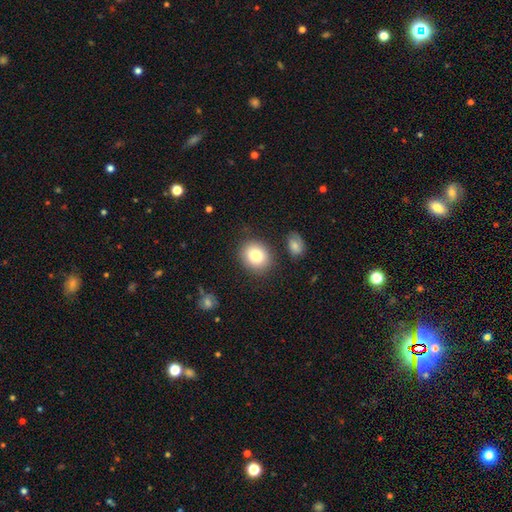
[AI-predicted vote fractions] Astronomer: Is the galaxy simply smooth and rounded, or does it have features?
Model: smooth — 83%.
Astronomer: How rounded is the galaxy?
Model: round — 62%.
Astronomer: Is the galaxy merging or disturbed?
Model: none — 82%.